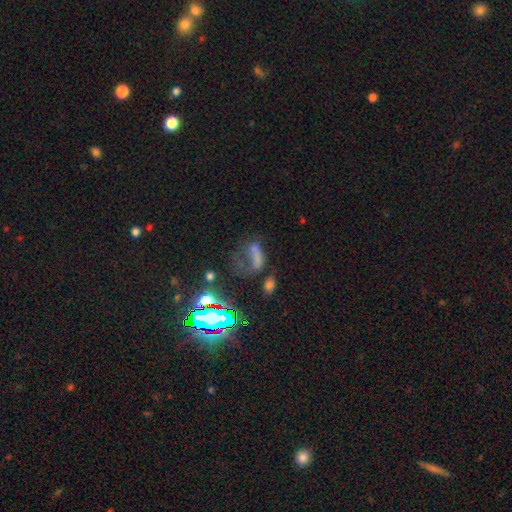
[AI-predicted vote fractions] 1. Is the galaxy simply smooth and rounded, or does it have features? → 42% smooth, 30% star or artifact, 28% featured or disk.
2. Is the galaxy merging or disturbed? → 44% major disturbance, 28% none, 16% minor disturbance, 12% merger.